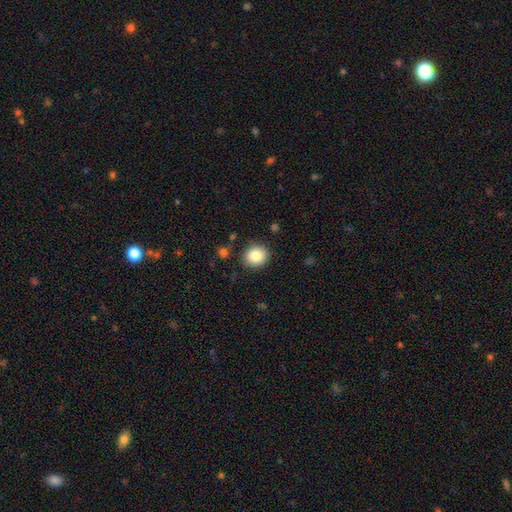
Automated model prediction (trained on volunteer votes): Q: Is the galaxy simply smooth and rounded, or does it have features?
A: smooth — 85%.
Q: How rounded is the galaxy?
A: round — 80%.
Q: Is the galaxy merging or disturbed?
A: none — 88%.